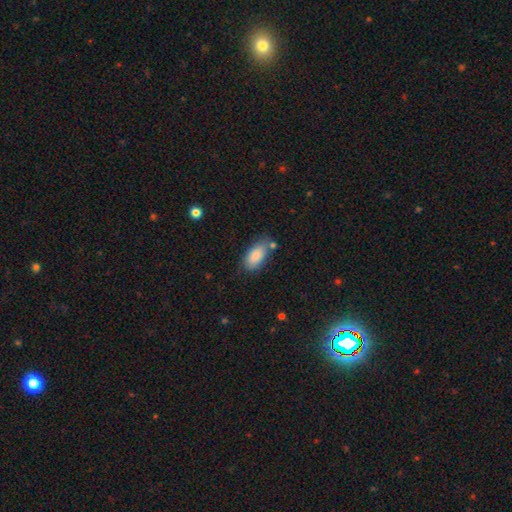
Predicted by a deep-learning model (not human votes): smooth_or_featured: smooth (p=0.86) [alt: featured or disk p=0.08]
how_rounded: in between (p=0.91) [alt: cigar-shaped p=0.06]
merging: none (p=0.68) [alt: minor disturbance p=0.20]